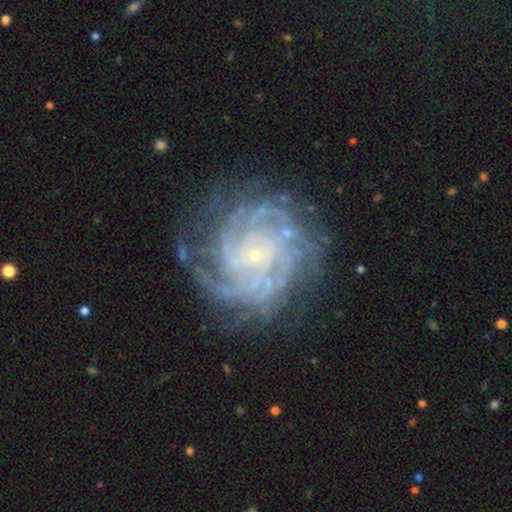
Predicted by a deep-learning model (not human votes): Smooth or featured?
  - featured or disk: 89% *
  - star or artifact: 7%
  - smooth: 4%
Edge-on disk?
  - no: 98% *
  - yes: 2%
Bar?
  - no: 70% *
  - weak: 23%
  - strong: 8%
Spiral arms?
  - yes: 98% *
  - no: 2%
Spiral winding?
  - tight: 76% *
  - medium: 21%
  - loose: 3%
Spiral arm count?
  - 4: 27% *
  - more than 4: 21%
  - can't tell: 20%
  - 3: 14%
  - 2: 10%
  - 1: 8%
Bulge size?
  - small: 86% *
  - moderate: 7%
  - none: 4%
  - large: 1%
  - dominant: 1%
Merging?
  - none: 74% *
  - minor disturbance: 16%
  - major disturbance: 8%
  - merger: 2%